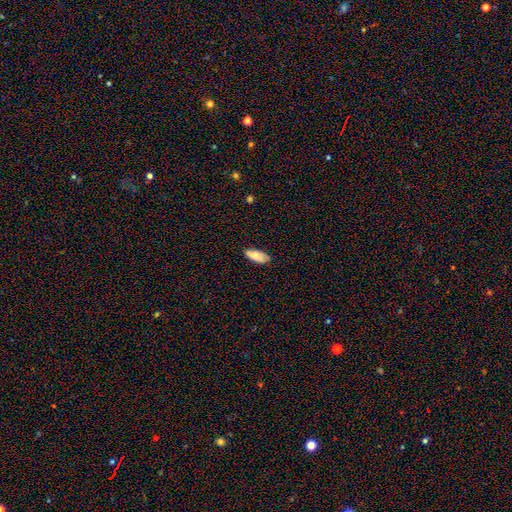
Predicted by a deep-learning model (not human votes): smooth-or-featured: smooth: 80% | featured or disk: 13% | star or artifact: 7%
  how-rounded: in between: 84% | cigar-shaped: 14% | round: 2%
  merging: none: 77% | minor disturbance: 19% | major disturbance: 3% | merger: 1%